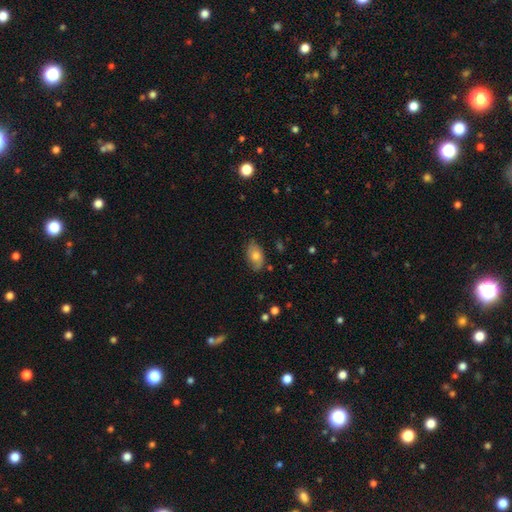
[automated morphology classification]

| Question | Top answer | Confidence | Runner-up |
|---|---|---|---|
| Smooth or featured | smooth | 59% | featured or disk (33%) |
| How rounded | in between | 89% | round (9%) |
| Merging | none | 75% | minor disturbance (19%) |